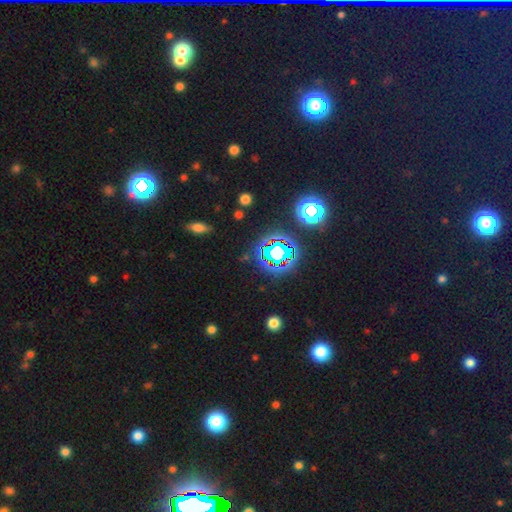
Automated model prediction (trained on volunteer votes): Morphology: type=star or artifact (77%).